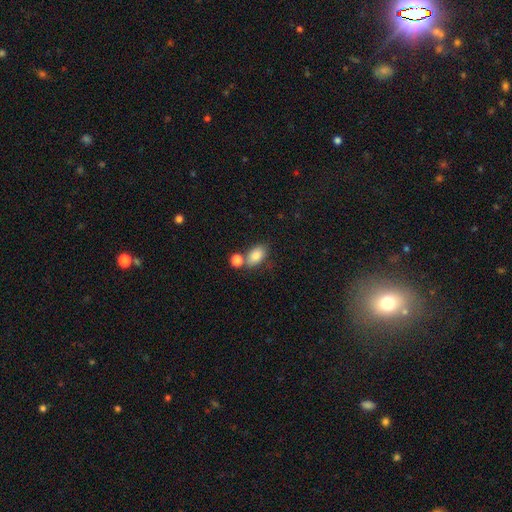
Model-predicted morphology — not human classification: This appears to be a smooth galaxy with no disk features (83%) that is in between round and cigar-shaped (87%). Merging: none (56%).